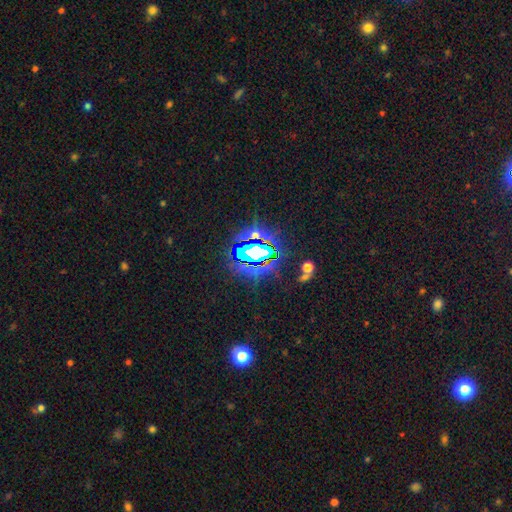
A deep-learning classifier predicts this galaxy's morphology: Q: Smooth or featured?
A: star or artifact (81%); runner-up: smooth (12%)